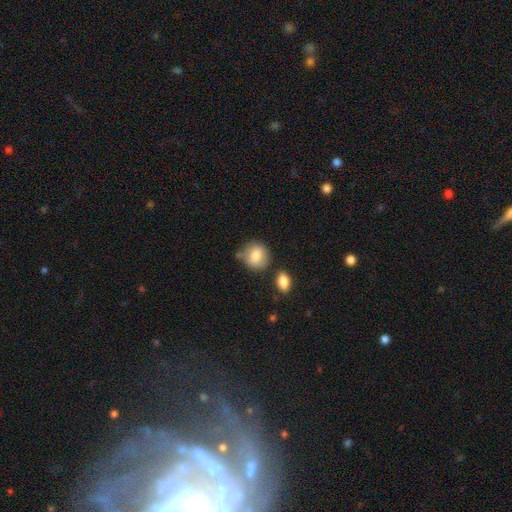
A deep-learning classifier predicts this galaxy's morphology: A smooth galaxy with no disk features (83%) that is round (82%). Merging: none (71%).